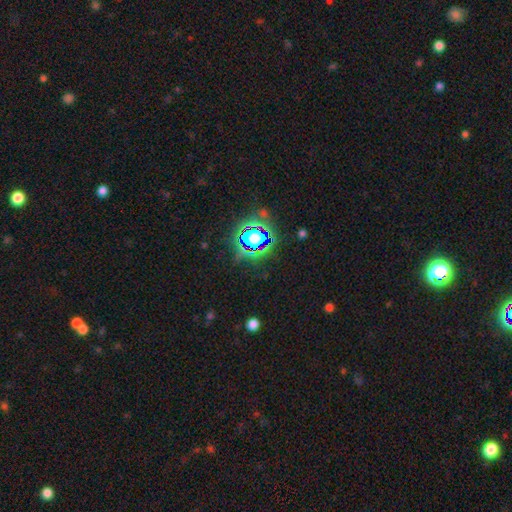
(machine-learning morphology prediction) Smooth or featured?
  - star or artifact: 81% *
  - smooth: 11%
  - featured or disk: 8%